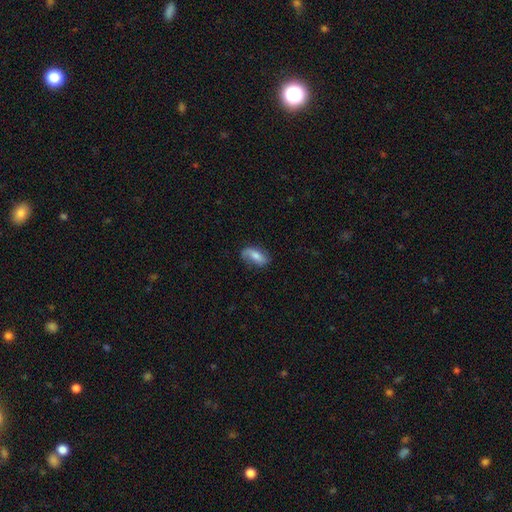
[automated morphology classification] This is likely a smooth galaxy (61%). How rounded: clearly in between (85%). Merging: likely none (66%).